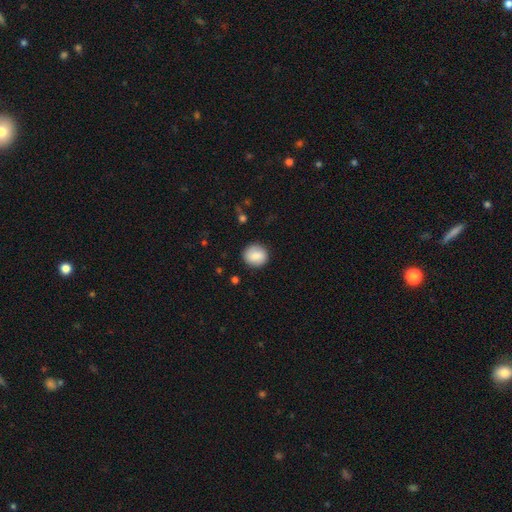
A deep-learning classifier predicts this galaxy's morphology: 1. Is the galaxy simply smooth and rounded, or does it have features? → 83% smooth, 10% featured or disk, 7% star or artifact.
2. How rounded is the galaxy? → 86% round, 13% in between, 1% cigar-shaped.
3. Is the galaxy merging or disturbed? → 87% none, 9% minor disturbance, 3% major disturbance, 1% merger.